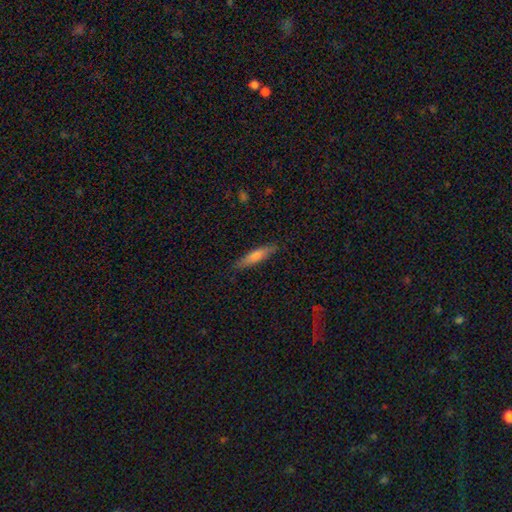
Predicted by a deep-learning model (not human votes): Overall: smooth (67%). How rounded: cigar-shaped (85%). Merging: none (87%).